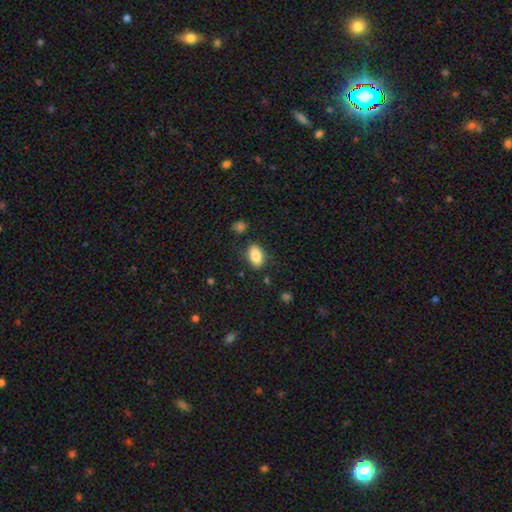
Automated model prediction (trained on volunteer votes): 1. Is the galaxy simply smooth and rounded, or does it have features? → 84% smooth, 8% featured or disk, 8% star or artifact.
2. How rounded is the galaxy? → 90% in between, 7% round, 3% cigar-shaped.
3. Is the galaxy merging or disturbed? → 81% none, 13% minor disturbance, 4% major disturbance, 3% merger.